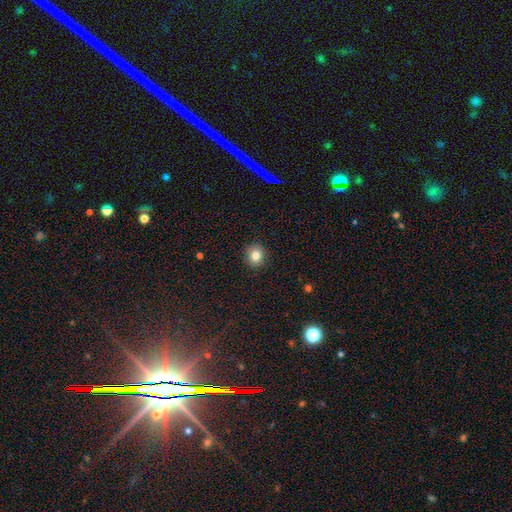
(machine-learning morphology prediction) Smooth or featured: smooth — 83% (star or artifact — 10%)
How rounded: round — 83% (in between — 16%)
Merging: none — 91% (minor disturbance — 6%)